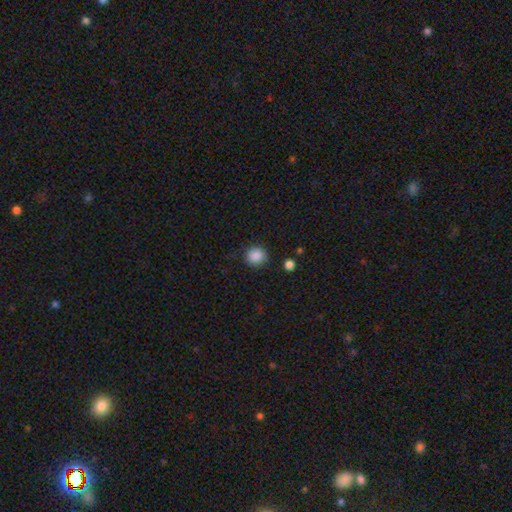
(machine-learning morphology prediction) Smooth or featured? smooth (88%)
How rounded? round (88%)
Merging? none (87%)